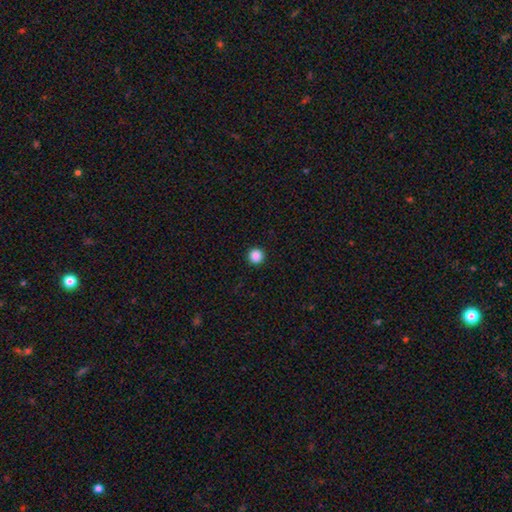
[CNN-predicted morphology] The model was most divided on "smooth or featured": smooth: 88%, star or artifact: 10%, featured or disk: 2%. More confident: how rounded — round (96%); merging — none (94%).